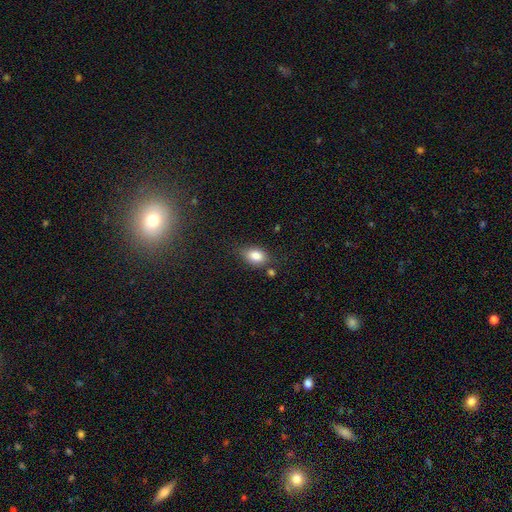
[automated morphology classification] smooth_or_featured: smooth (p=0.83) [alt: star or artifact p=0.09]
how_rounded: in between (p=0.78) [alt: round p=0.20]
merging: none (p=0.70) [alt: minor disturbance p=0.19]